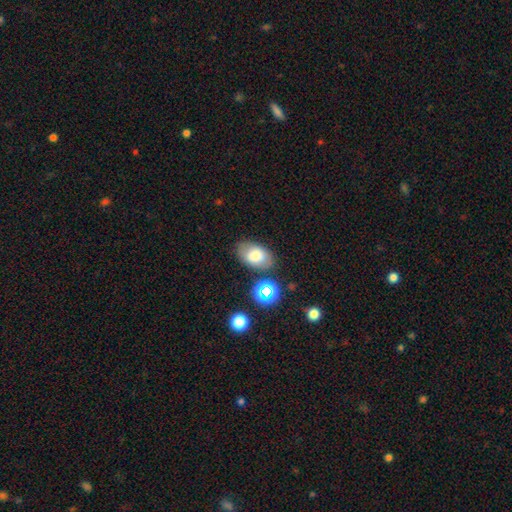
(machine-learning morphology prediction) The model was most divided on "merging": none: 75%, minor disturbance: 16%, merger: 5%, major disturbance: 5%. More confident: how rounded — in between (90%); smooth or featured — smooth (75%).